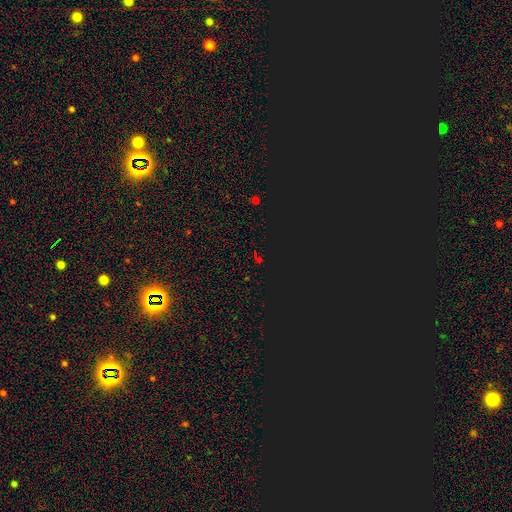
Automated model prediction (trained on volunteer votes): This is likely a star or artifact rather than a galaxy (75%).